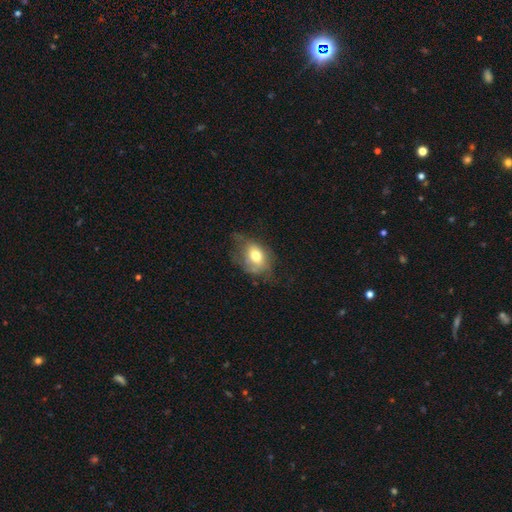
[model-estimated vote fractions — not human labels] Smooth or featured? Predicted: smooth (p=0.65). How rounded? Predicted: in between (p=0.71). Merging? Predicted: none (p=0.38).